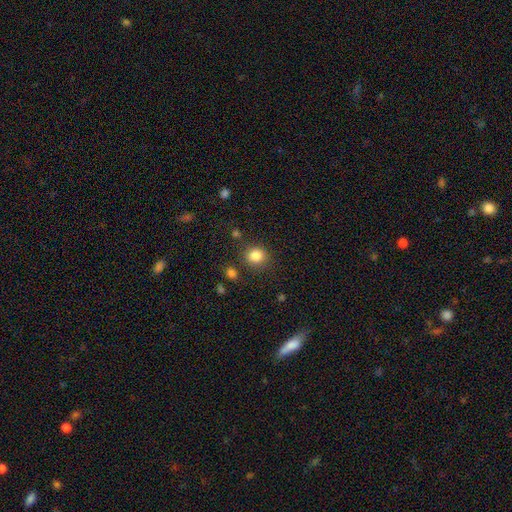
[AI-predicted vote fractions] Q: Smooth or featured?
A: smooth (84%); runner-up: star or artifact (11%)
Q: How rounded?
A: round (84%); runner-up: in between (15%)
Q: Merging?
A: none (83%); runner-up: minor disturbance (9%)